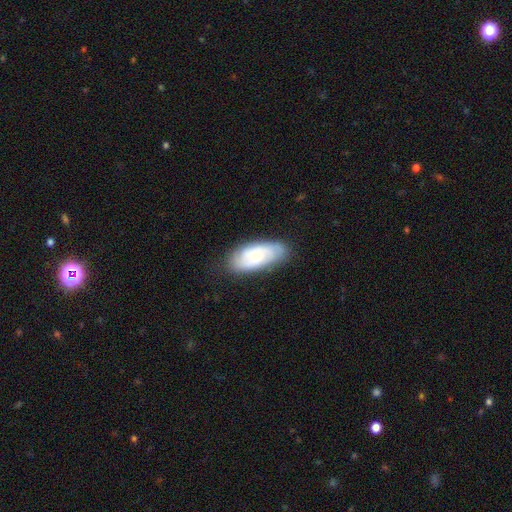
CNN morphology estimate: A smooth galaxy with no disk features (49%).

Vote fractions:
- Smooth or featured? smooth: 49% / featured or disk: 45% / star or artifact: 7%
- Merging? none: 78% / minor disturbance: 17% / major disturbance: 4% / merger: 1%